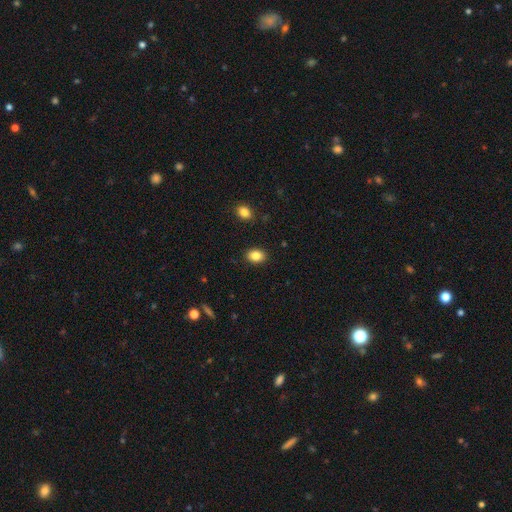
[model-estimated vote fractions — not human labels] Smooth or featured? Predicted: smooth (p=0.86). How rounded? Predicted: in between (p=0.71). Merging? Predicted: none (p=0.89).